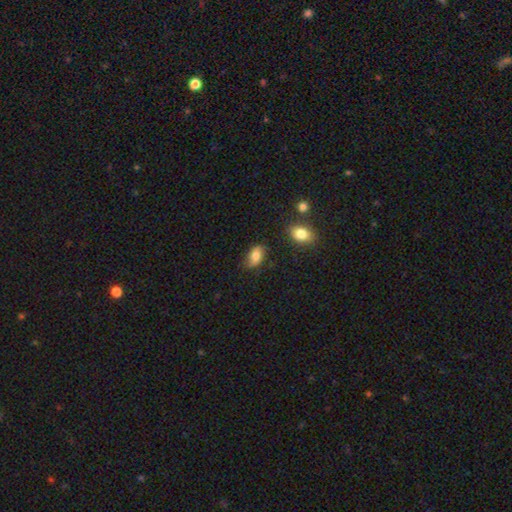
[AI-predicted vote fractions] This is likely a smooth galaxy (75%). How rounded: clearly in between (89%). Merging: likely none (69%).